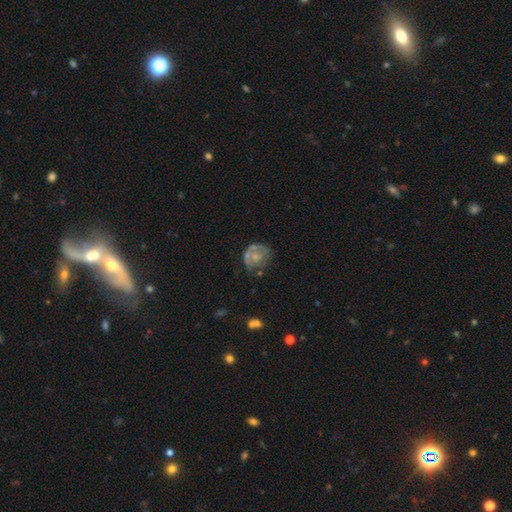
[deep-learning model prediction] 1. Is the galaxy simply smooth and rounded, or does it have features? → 50% featured or disk, 41% smooth, 10% star or artifact.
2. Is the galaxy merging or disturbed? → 46% none, 25% minor disturbance, 22% major disturbance, 7% merger.